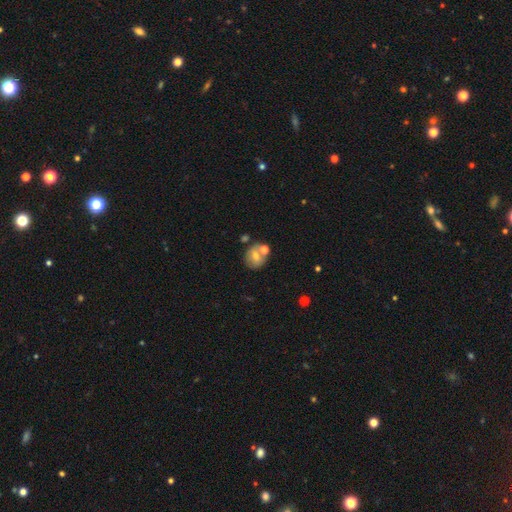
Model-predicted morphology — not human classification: Smooth or featured?
  - smooth: 59% *
  - featured or disk: 31%
  - star or artifact: 11%
How rounded?
  - round: 75% *
  - in between: 24%
  - cigar-shaped: 1%
Merging?
  - none: 59% *
  - merger: 25%
  - minor disturbance: 12%
  - major disturbance: 4%